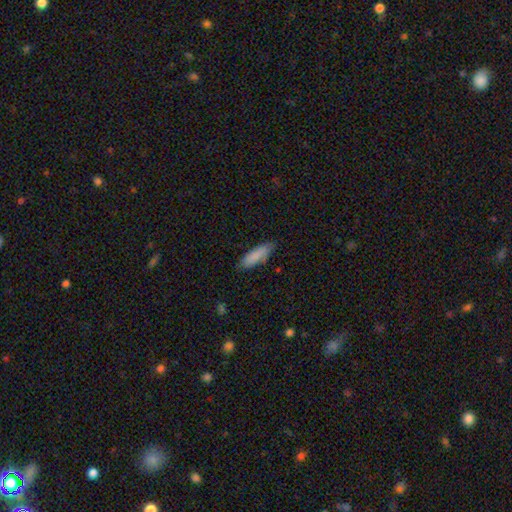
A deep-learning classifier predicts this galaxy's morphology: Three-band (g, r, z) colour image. It shows a smooth galaxy with no disk features (86%) that is cigar-shaped (50%). Merging: none (80%).